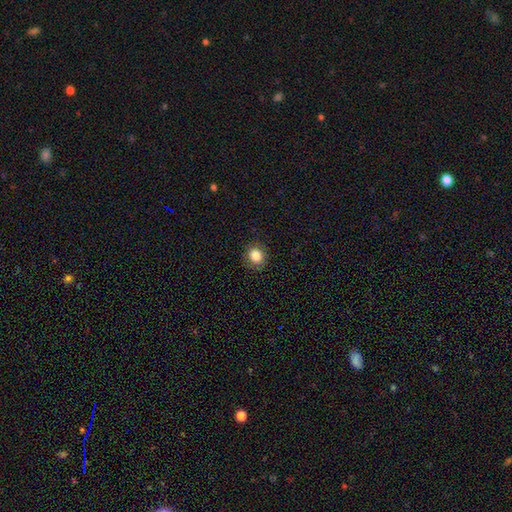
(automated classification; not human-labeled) smooth 84%, star or artifact 10%, featured or disk 6%. Down the decision tree: how rounded — round (77%); merging — none (88%).